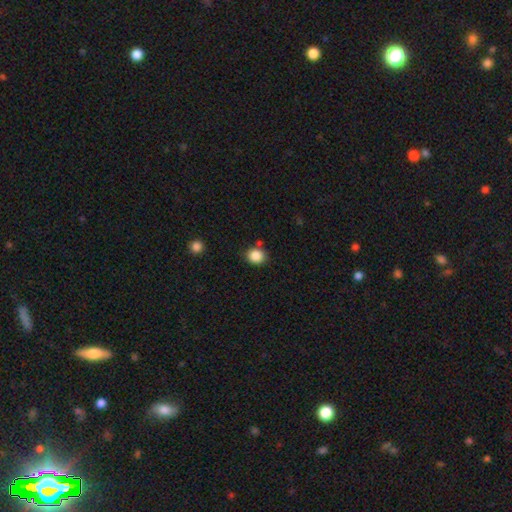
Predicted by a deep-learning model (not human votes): Smooth or featured: smooth — 86% (star or artifact — 10%)
How rounded: round — 76% (in between — 23%)
Merging: none — 78% (minor disturbance — 12%)